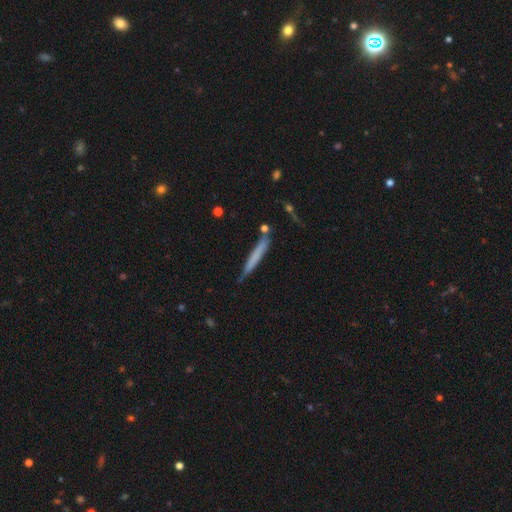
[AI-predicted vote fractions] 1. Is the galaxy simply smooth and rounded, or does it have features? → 64% smooth, 29% featured or disk, 6% star or artifact.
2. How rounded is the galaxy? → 96% cigar-shaped, 2% in between, 1% round.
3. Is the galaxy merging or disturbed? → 77% none, 16% minor disturbance, 5% merger, 3% major disturbance.